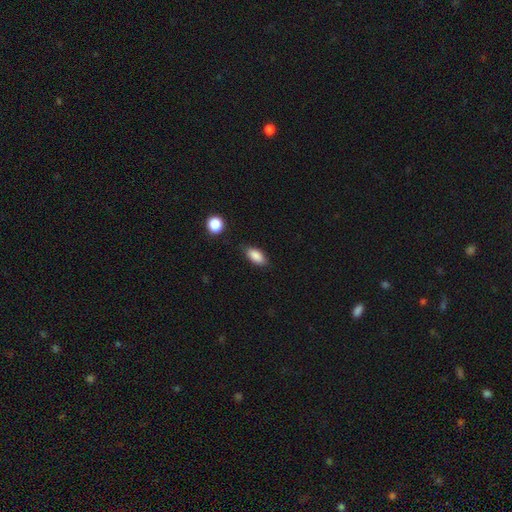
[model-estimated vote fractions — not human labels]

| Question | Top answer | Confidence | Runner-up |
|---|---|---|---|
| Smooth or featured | smooth | 87% | star or artifact (8%) |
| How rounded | in between | 89% | cigar-shaped (7%) |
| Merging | none | 82% | minor disturbance (14%) |